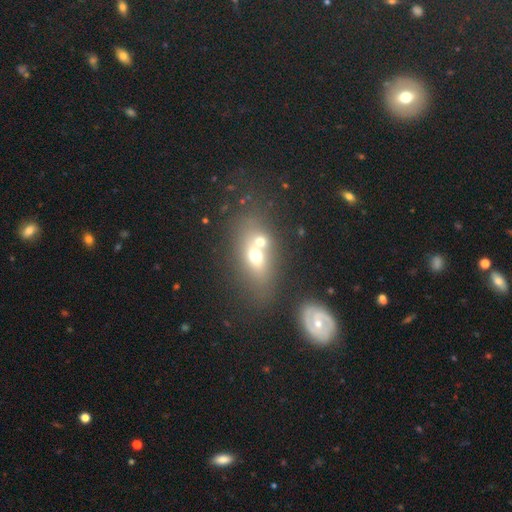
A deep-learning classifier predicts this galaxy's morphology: smooth 56%, featured or disk 30%, star or artifact 14%. Down the decision tree: how rounded — in between (64%); merging — merger (57%).